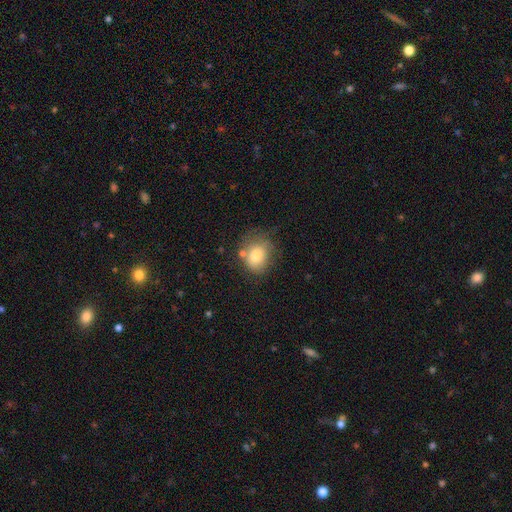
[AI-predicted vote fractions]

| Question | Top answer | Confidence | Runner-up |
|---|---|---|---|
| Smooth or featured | smooth | 78% | featured or disk (13%) |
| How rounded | round | 60% | in between (39%) |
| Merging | none | 59% | minor disturbance (23%) |